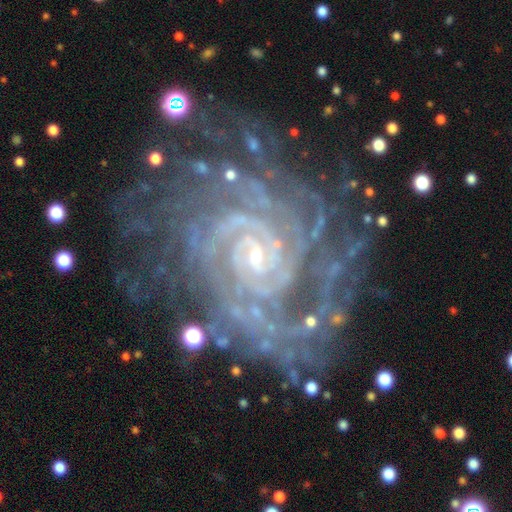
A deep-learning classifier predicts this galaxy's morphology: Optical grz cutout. It shows a featured or disk galaxy (91%) with no bar (60%), 2 (20%) tight (81%) spiral arms (98%) and a small central bulge (83%). Merging: none (71%).